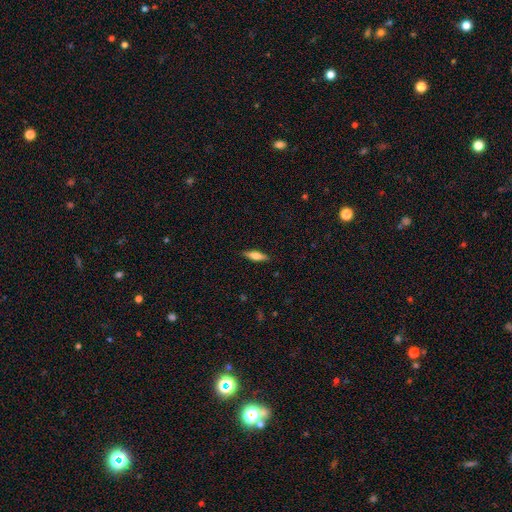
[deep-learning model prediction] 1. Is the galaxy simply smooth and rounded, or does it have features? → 57% smooth, 37% featured or disk, 7% star or artifact.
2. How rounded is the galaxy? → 59% cigar-shaped, 38% in between, 2% round.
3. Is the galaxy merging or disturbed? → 89% none, 9% minor disturbance, 2% major disturbance, 1% merger.